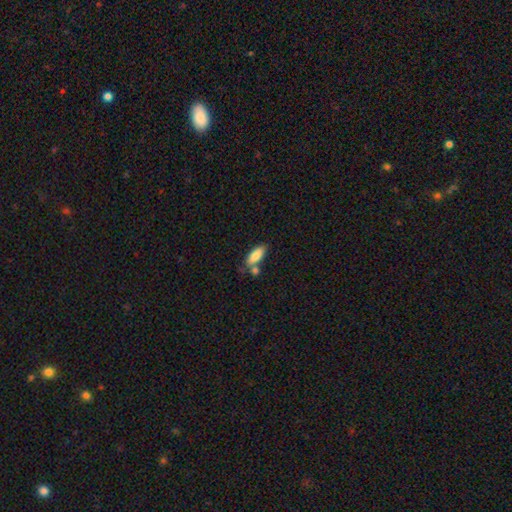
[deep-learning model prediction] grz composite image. It shows a smooth galaxy with no disk features (84%) that is in between round and cigar-shaped (77%). Merging: none (60%).